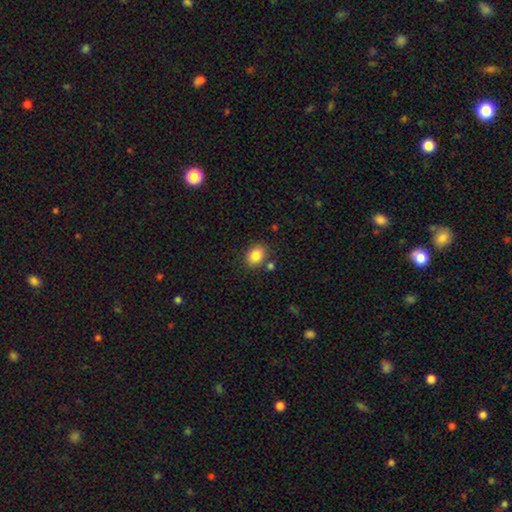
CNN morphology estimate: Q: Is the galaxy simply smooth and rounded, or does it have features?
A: smooth — 85%.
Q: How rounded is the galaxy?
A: in between — 54%.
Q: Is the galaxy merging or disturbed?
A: none — 79%.